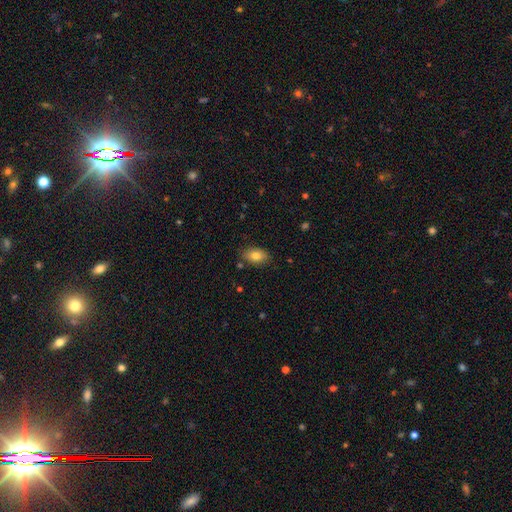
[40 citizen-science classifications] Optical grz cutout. It shows a smooth galaxy with no disk features (80%) that is in between round and cigar-shaped (91%). Merging: none (87%).